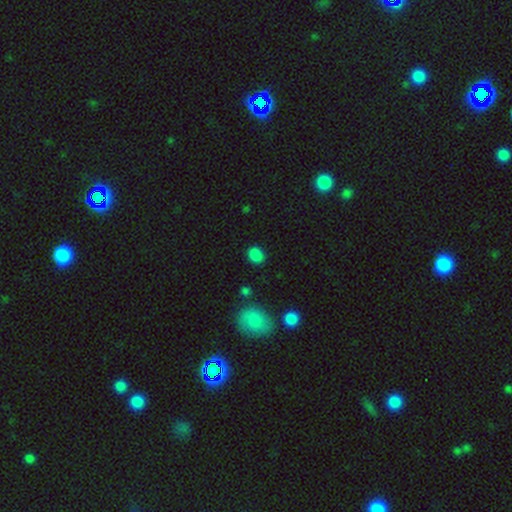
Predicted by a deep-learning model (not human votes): Smooth or featured: smooth — 85% (star or artifact — 11%)
How rounded: in between — 52% (round — 47%)
Merging: none — 83% (minor disturbance — 12%)